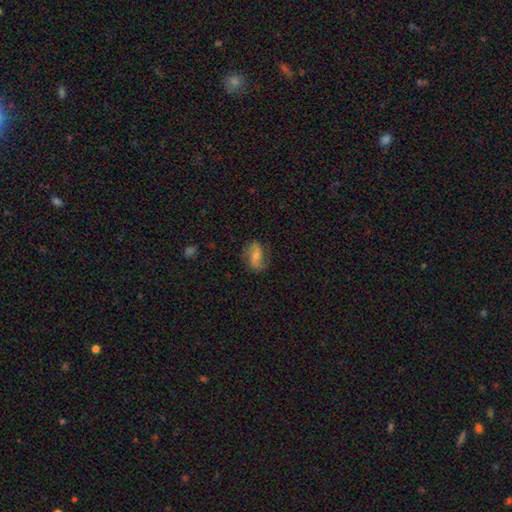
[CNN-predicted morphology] This is likely a featured or disk galaxy (62%). It is clearly not viewed edge-on (97%). Bar: marginally weak (42%). Spiral arm pattern: clearly yes (91%). Spiral arm count: clearly 2 (88%). Spiral winding: marginally loose (44%). Central bulge: marginally small (42%). Merging: likely none (73%).